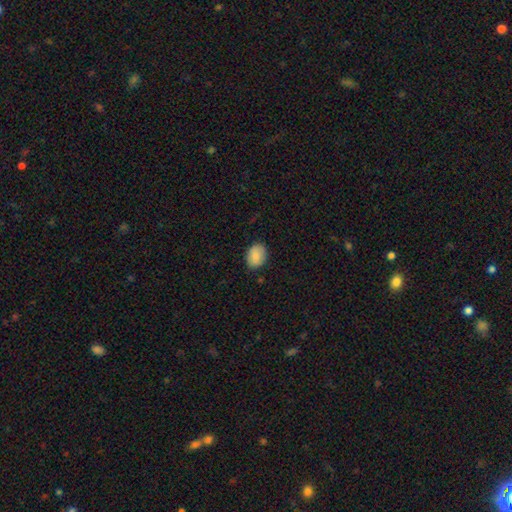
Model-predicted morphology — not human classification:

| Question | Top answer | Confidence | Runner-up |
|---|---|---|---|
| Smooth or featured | smooth | 87% | star or artifact (7%) |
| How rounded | in between | 65% | round (35%) |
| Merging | none | 86% | minor disturbance (11%) |